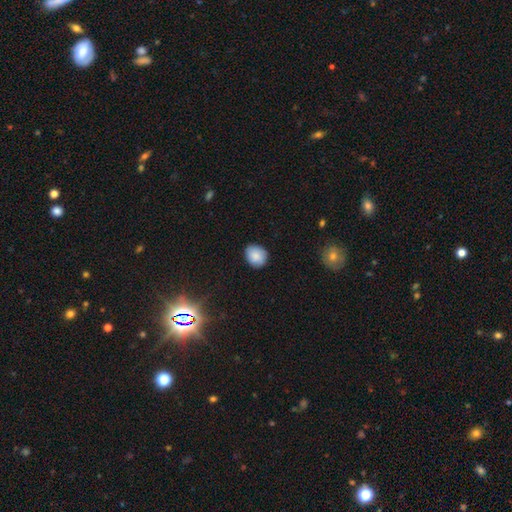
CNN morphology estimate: This is clearly a smooth galaxy (86%). How rounded: possibly round (59%). Merging: clearly none (82%).